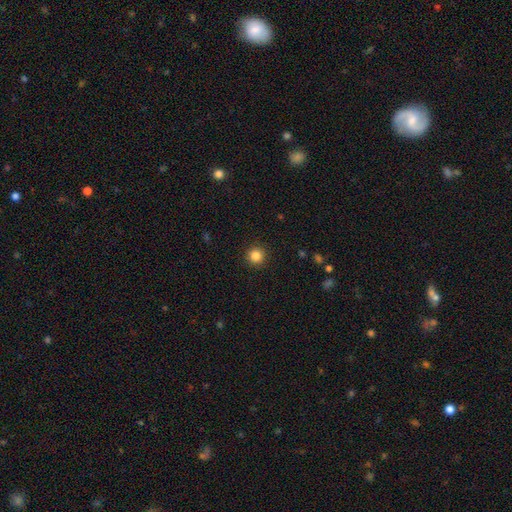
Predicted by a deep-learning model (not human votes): This appears to be a smooth galaxy with no disk features (85%) that is round (96%). Merging: none (92%).